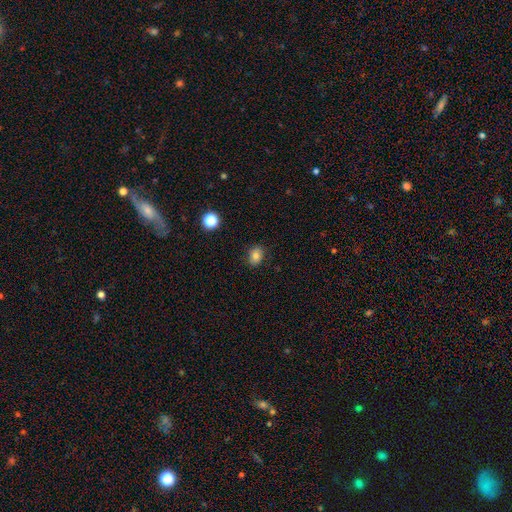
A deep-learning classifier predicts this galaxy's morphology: The model was most divided on "how rounded": in between: 58%, round: 41%, cigar-shaped: 1%. More confident: merging — none (84%); smooth or featured — smooth (78%).